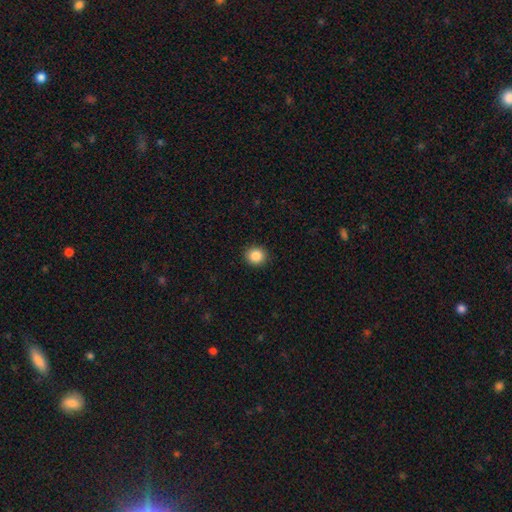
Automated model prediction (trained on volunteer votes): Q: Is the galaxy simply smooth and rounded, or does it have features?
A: smooth — 87%.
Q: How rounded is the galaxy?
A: round — 87%.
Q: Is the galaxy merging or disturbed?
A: none — 91%.